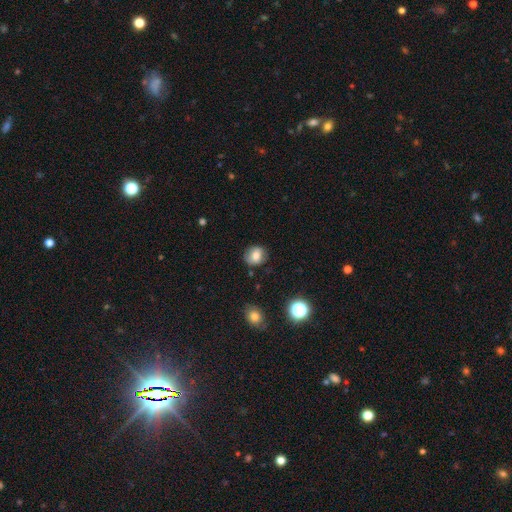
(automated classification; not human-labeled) The model was most divided on "how rounded": round: 67%, in between: 32%, cigar-shaped: 1%. More confident: merging — none (80%); smooth or featured — smooth (77%).